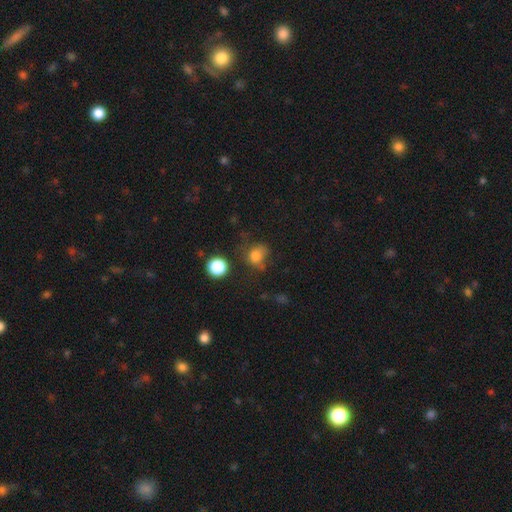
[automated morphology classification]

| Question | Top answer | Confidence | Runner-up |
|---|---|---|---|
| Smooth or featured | smooth | 74% | star or artifact (16%) |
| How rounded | round | 65% | in between (34%) |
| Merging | none | 48% | minor disturbance (26%) |